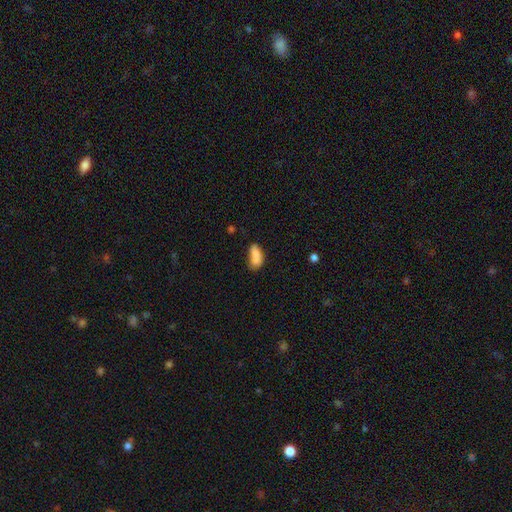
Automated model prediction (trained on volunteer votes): The model was most divided on "merging": none: 42%, minor disturbance: 26%, merger: 23%, major disturbance: 9%. More confident: how rounded — in between (84%); smooth or featured — smooth (79%).